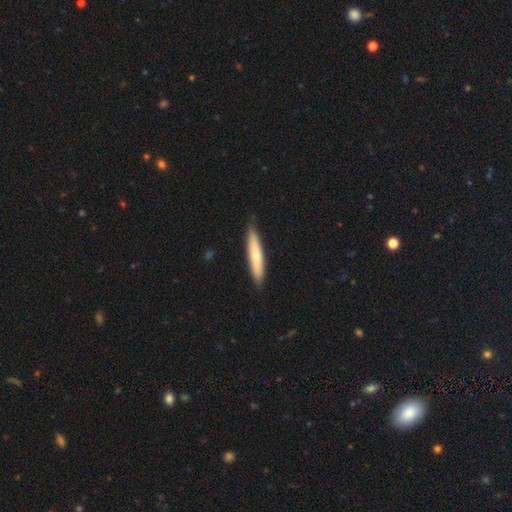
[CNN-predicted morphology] Smooth or featured? smooth (67%)
How rounded? cigar-shaped (90%)
Merging? none (87%)